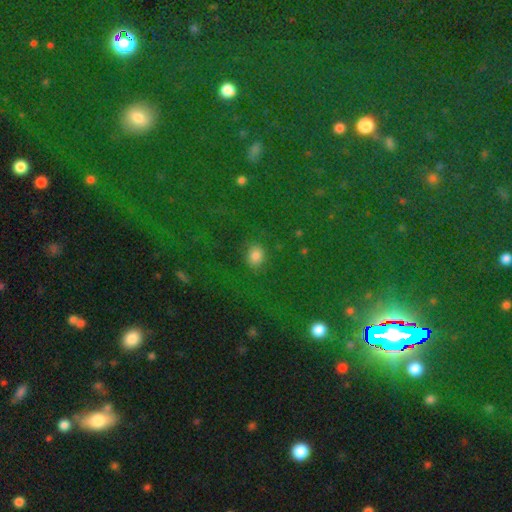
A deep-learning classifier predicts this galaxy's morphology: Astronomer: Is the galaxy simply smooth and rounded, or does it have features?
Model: smooth — 73%.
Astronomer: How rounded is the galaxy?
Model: in between — 52% (runner-up: round, 46%).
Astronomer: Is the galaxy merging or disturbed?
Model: none — 84%.